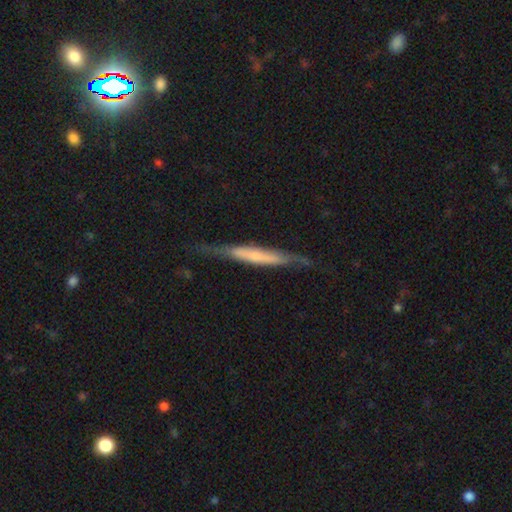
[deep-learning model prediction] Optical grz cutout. It shows a featured or disk galaxy (56%) viewed edge-on (89%) with no central bulge (57%). Merging: none (70%).